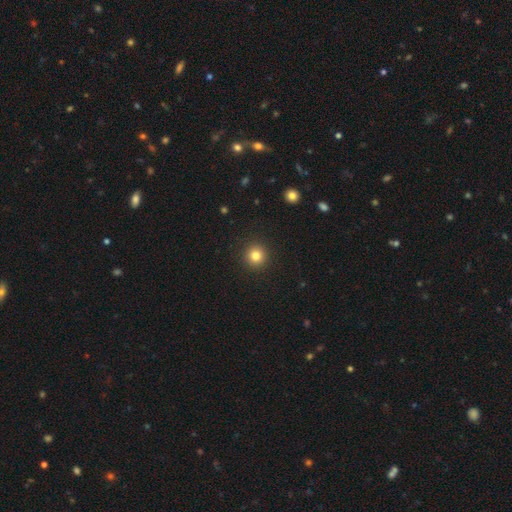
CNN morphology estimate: Smooth or featured? smooth (82%)
How rounded? round (95%)
Merging? none (92%)